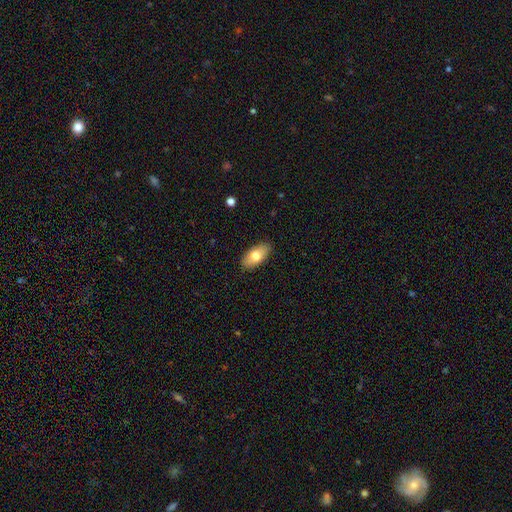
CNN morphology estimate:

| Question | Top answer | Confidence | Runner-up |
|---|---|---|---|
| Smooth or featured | smooth | 75% | featured or disk (19%) |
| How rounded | in between | 91% | cigar-shaped (5%) |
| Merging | none | 88% | minor disturbance (9%) |